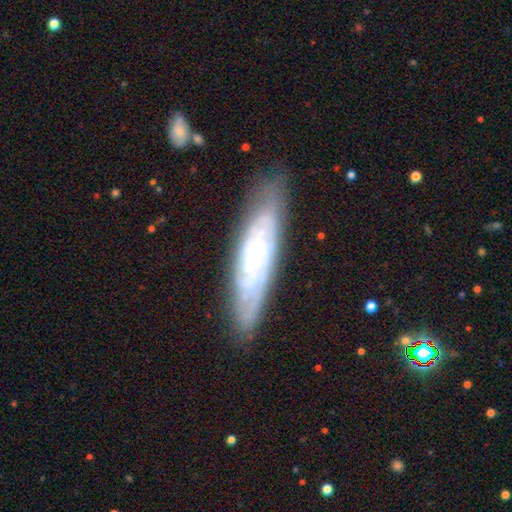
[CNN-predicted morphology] A featured or disk galaxy (74%) with no bar (67%), spiral arms (87%) and a small central bulge (76%).

Vote fractions:
- Smooth or featured? featured or disk: 74% / smooth: 18% / star or artifact: 7%
- Edge-on disk? no: 71% / yes: 29%
- Bar? no: 67% / weak: 25% / strong: 8%
- Spiral arms? yes: 87% / no: 13%
- Bulge size? small: 76% / moderate: 17% / none: 4% / large: 2% / dominant: 1%
- Merging? none: 79% / minor disturbance: 15% / major disturbance: 4% / merger: 2%